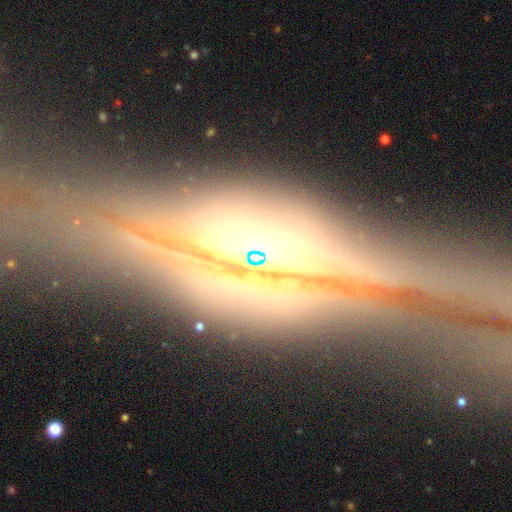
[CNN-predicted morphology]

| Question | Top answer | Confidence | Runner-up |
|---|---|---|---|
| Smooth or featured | featured or disk | 72% | smooth (14%) |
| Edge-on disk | yes | 78% | no (22%) |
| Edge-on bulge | rounded | 81% | none (11%) |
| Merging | none | 79% | minor disturbance (13%) |